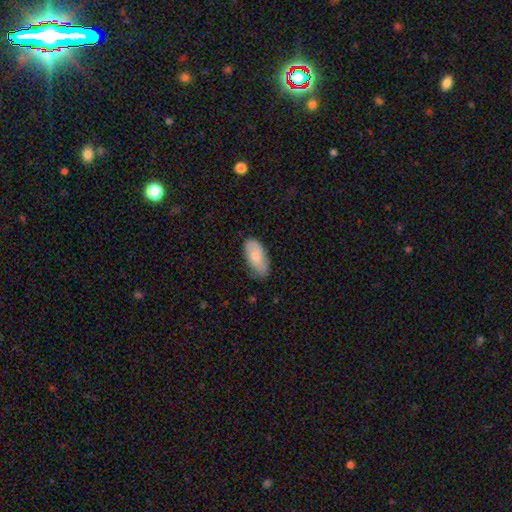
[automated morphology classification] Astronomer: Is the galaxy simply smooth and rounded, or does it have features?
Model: smooth — 75%.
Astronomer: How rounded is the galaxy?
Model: in between — 93%.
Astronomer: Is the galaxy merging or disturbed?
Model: none — 72%.